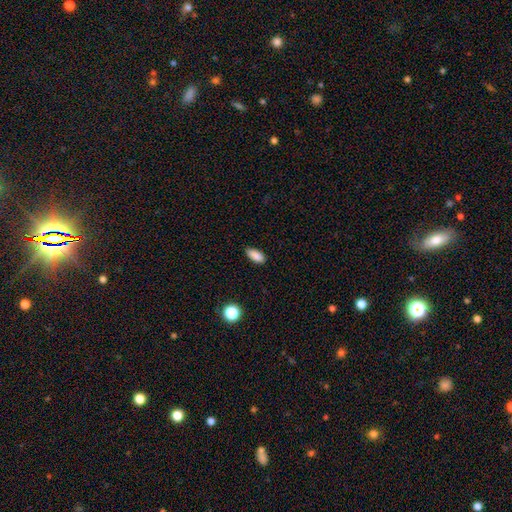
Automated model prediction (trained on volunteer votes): This is clearly a smooth galaxy (87%). How rounded: clearly in between (83%). Merging: clearly none (84%).